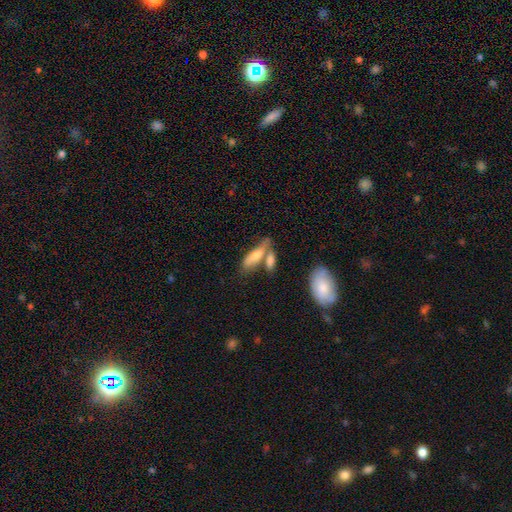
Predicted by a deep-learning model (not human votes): This is likely a smooth galaxy (68%). How rounded: possibly cigar-shaped (49%, tied with in between). Merging: marginally none (42%).